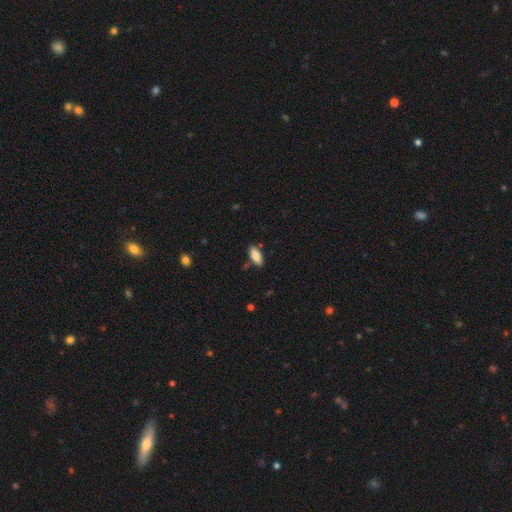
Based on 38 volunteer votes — Smooth or featured? 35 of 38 (92%) said smooth. How rounded? 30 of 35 (86%) said in between. Merging? 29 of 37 (78%) said none.